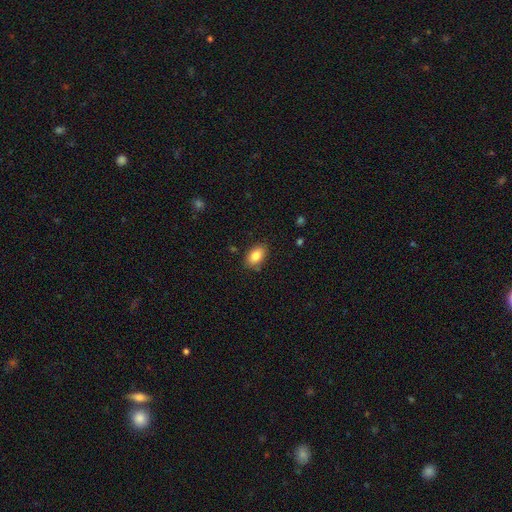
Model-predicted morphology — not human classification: Smooth or featured?
  - smooth: 83% *
  - featured or disk: 9%
  - star or artifact: 8%
How rounded?
  - in between: 89% *
  - round: 9%
  - cigar-shaped: 2%
Merging?
  - none: 84% *
  - minor disturbance: 12%
  - major disturbance: 2%
  - merger: 2%